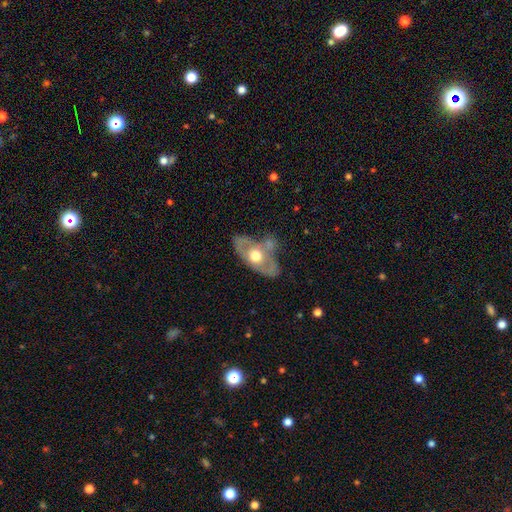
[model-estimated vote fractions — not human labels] Q: Smooth or featured?
A: featured or disk (60%); runner-up: smooth (34%)
Q: Edge-on disk?
A: no (81%); runner-up: yes (19%)
Q: Merging?
A: none (51%); runner-up: minor disturbance (25%)